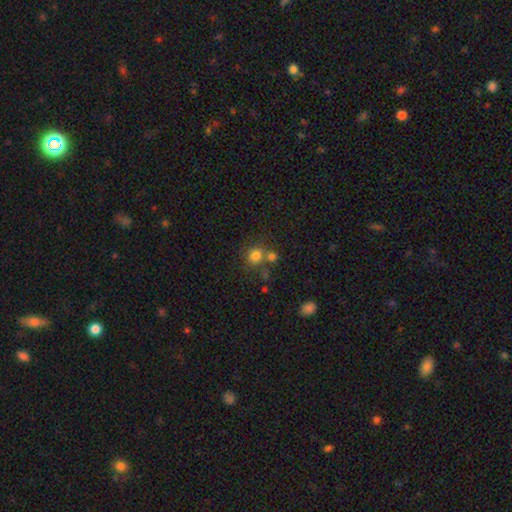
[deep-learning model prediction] Smooth or featured? Predicted: smooth (p=0.77). How rounded? Predicted: round (p=0.84). Merging? Predicted: none (p=0.55).